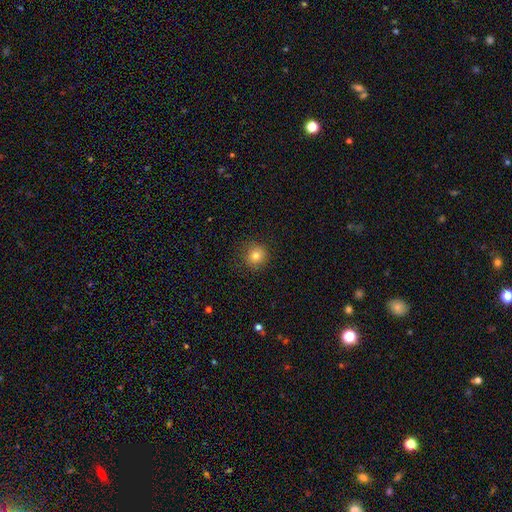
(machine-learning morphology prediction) This is likely a smooth galaxy (79%). How rounded: clearly round (91%). Merging: clearly none (86%).